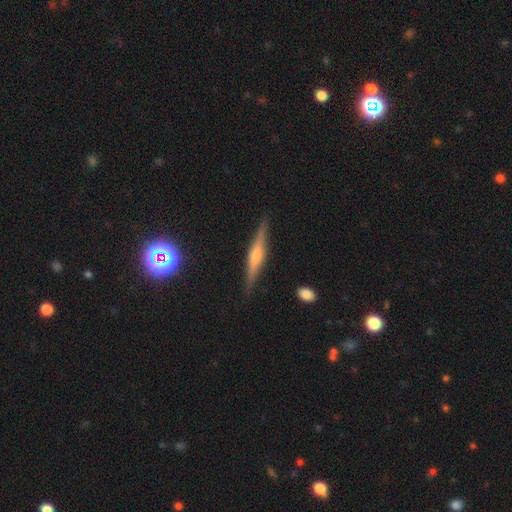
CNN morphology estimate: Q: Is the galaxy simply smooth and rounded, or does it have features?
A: featured or disk — 72%.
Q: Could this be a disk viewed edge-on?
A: yes — 97%.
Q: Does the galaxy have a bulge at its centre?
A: rounded — 68%.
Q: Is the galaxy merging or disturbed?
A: none — 89%.